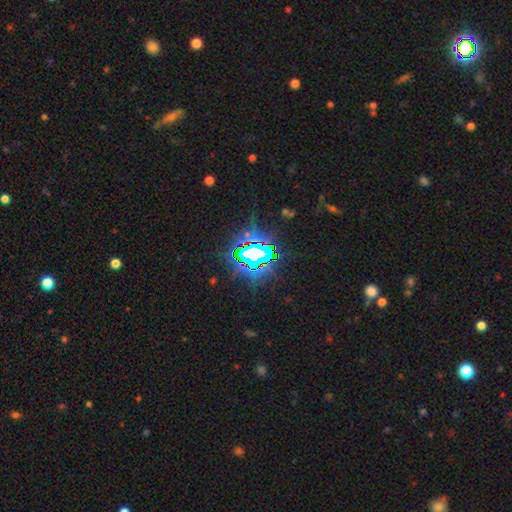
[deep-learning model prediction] Morphology: type=star or artifact (78%).